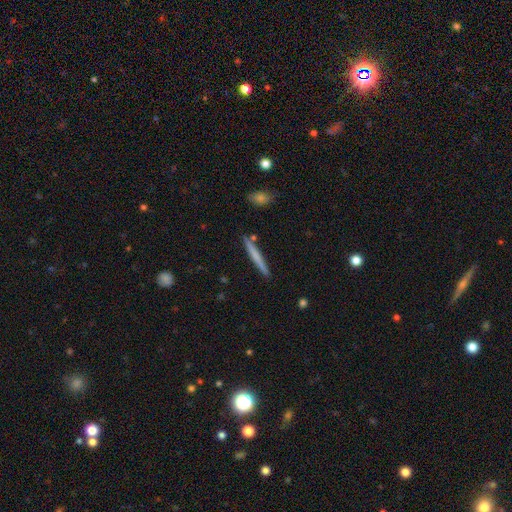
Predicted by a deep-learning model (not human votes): smooth_or_featured: smooth (p=0.58) [alt: featured or disk p=0.36]
how_rounded: cigar-shaped (p=0.96) [alt: in between p=0.03]
merging: none (p=0.88) [alt: minor disturbance p=0.08]